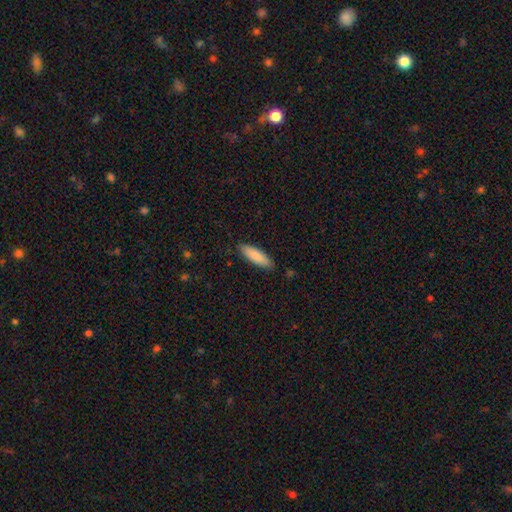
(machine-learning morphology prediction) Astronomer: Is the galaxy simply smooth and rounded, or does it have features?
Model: smooth — 85%.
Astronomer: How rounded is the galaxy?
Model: in between — 50% (runner-up: cigar-shaped, 48%).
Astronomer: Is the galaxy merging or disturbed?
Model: none — 86%.